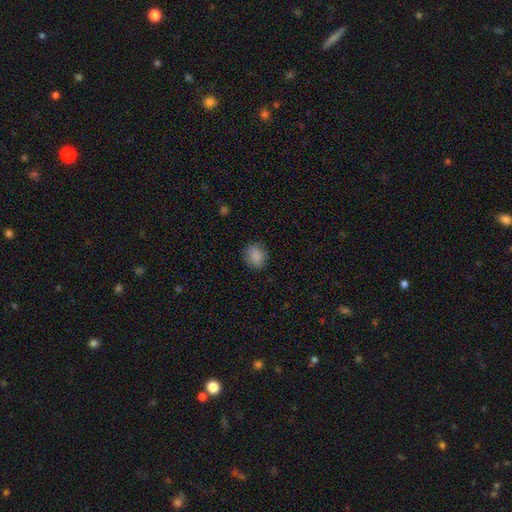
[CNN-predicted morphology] This appears to be a smooth galaxy with no disk features (87%) that is round (63%). Merging: none (85%).